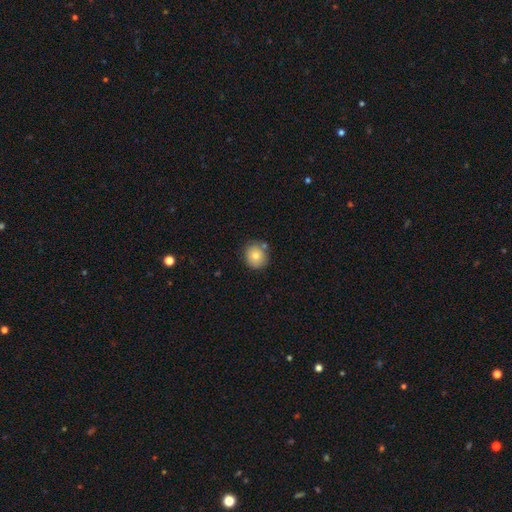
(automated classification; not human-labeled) A smooth galaxy with no disk features (79%) that is round (82%).

Vote fractions:
- Smooth or featured? smooth: 79% / featured or disk: 12% / star or artifact: 10%
- How rounded? round: 82% / in between: 17% / cigar-shaped: 1%
- Merging? none: 75% / minor disturbance: 13% / merger: 9% / major disturbance: 3%